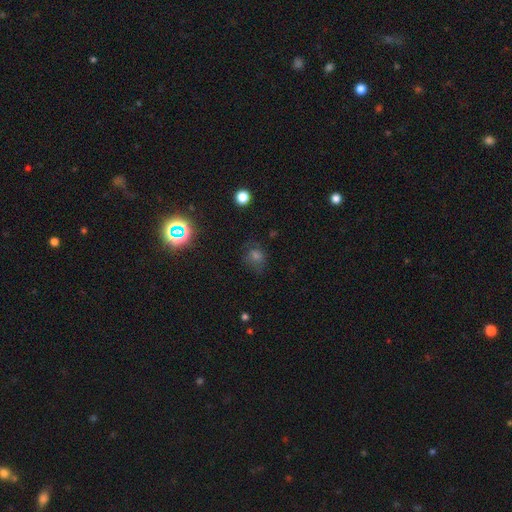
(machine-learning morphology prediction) Q: Smooth or featured?
A: smooth (48%); runner-up: star or artifact (35%)
Q: Merging?
A: none (66%); runner-up: minor disturbance (21%)